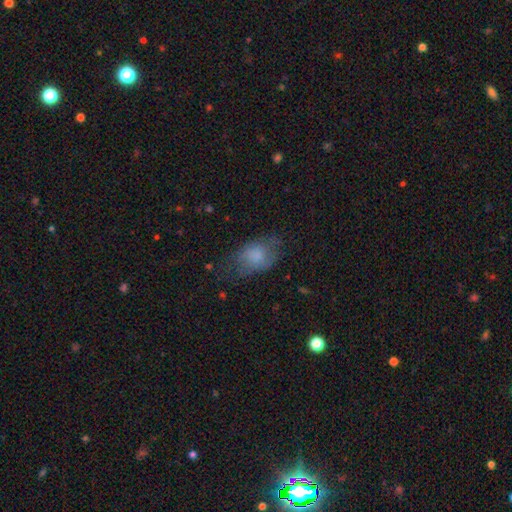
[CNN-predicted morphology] smooth-or-featured: smooth: 71% | featured or disk: 20% | star or artifact: 9%
  how-rounded: in between: 82% | round: 16% | cigar-shaped: 2%
  merging: none: 48% | minor disturbance: 29% | major disturbance: 21% | merger: 2%